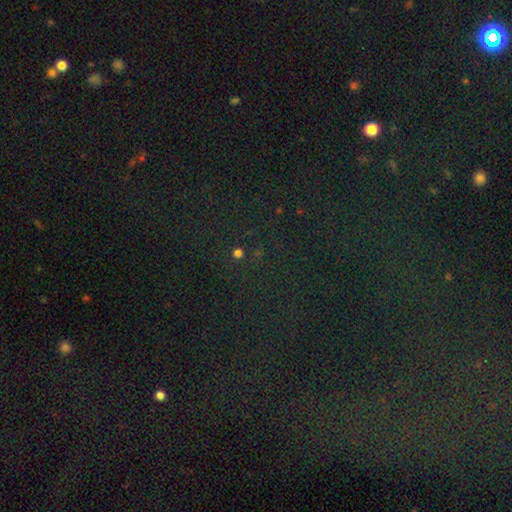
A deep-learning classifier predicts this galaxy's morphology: This appears to be a star or artifact, not a galaxy (79%).